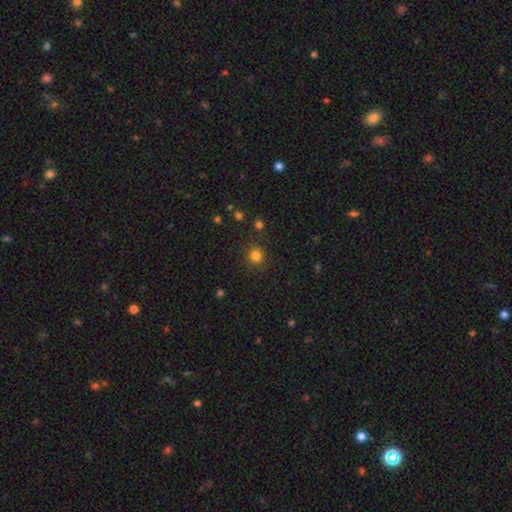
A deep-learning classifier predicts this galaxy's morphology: type=smooth (81%); roundness=round (87%); merging=none (85%).